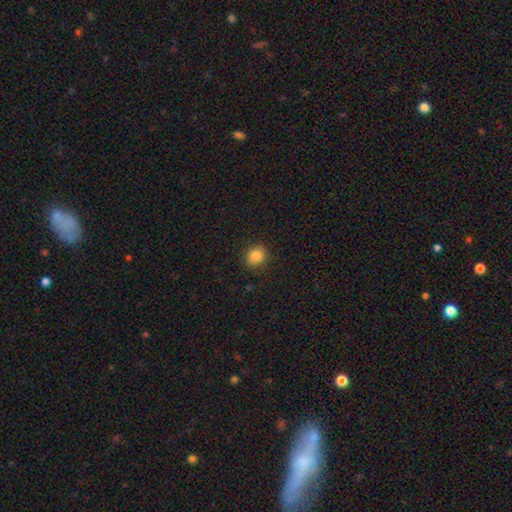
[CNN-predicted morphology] smooth_or_featured: smooth (p=0.86) [alt: star or artifact p=0.11]
how_rounded: round (p=0.68) [alt: in between p=0.31]
merging: none (p=0.87) [alt: minor disturbance p=0.10]